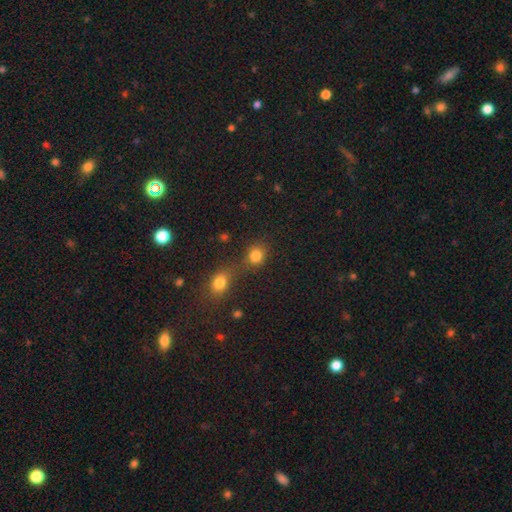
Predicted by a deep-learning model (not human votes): smooth 82%, star or artifact 13%, featured or disk 6%. Down the decision tree: how rounded — round (76%); merging — none (55%).